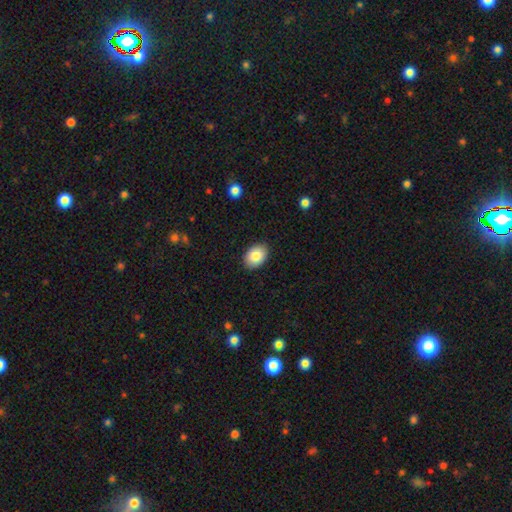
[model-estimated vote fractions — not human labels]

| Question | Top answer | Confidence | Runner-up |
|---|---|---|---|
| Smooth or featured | smooth | 86% | featured or disk (7%) |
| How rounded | in between | 79% | round (20%) |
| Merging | none | 89% | minor disturbance (8%) |